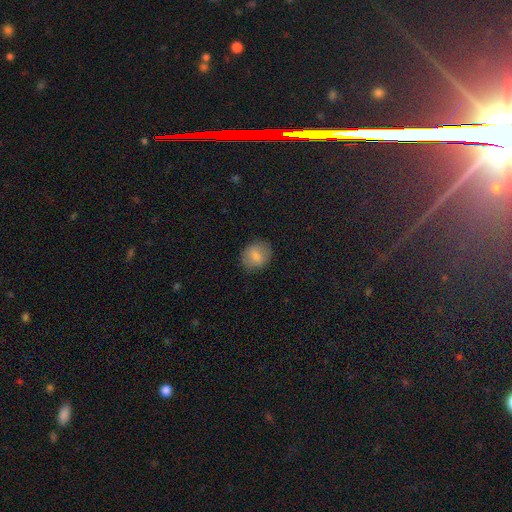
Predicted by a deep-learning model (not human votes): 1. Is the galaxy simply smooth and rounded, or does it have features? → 76% smooth, 15% featured or disk, 9% star or artifact.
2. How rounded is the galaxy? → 59% round, 40% in between, 1% cigar-shaped.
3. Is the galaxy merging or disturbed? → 82% none, 13% minor disturbance, 4% major disturbance, 1% merger.